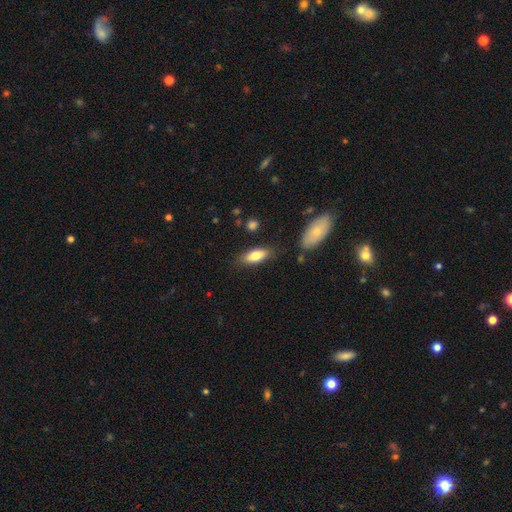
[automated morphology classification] smooth_or_featured: smooth (p=0.76) [alt: featured or disk p=0.18]
how_rounded: in between (p=0.76) [alt: cigar-shaped p=0.22]
merging: none (p=0.81) [alt: minor disturbance p=0.13]